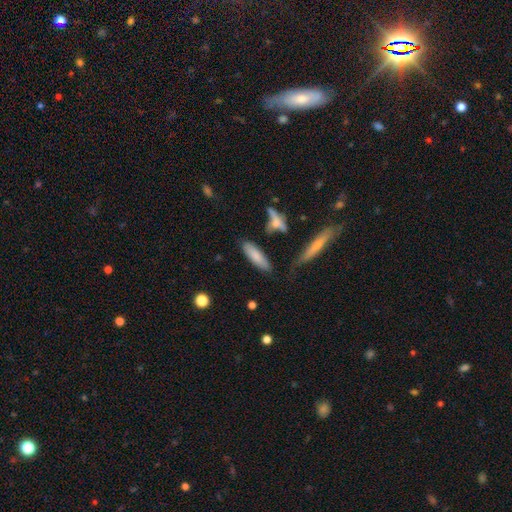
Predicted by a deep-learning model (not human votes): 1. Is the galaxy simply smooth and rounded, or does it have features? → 77% smooth, 16% featured or disk, 7% star or artifact.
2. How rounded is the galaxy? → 51% in between, 47% cigar-shaped, 2% round.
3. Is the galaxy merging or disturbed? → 76% none, 15% minor disturbance, 5% merger, 4% major disturbance.